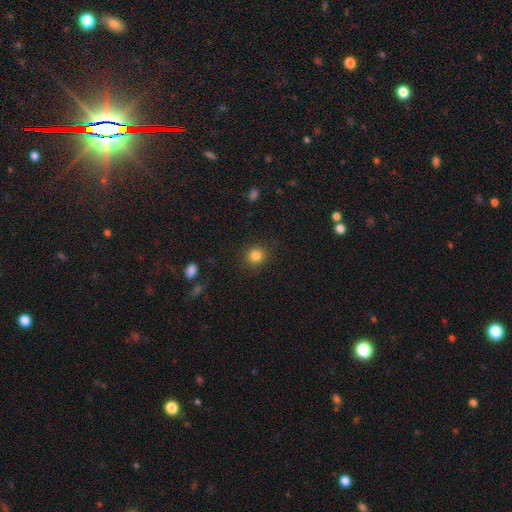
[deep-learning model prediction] Q: Smooth or featured?
A: smooth (84%); runner-up: star or artifact (11%)
Q: How rounded?
A: round (88%); runner-up: in between (11%)
Q: Merging?
A: none (89%); runner-up: minor disturbance (7%)